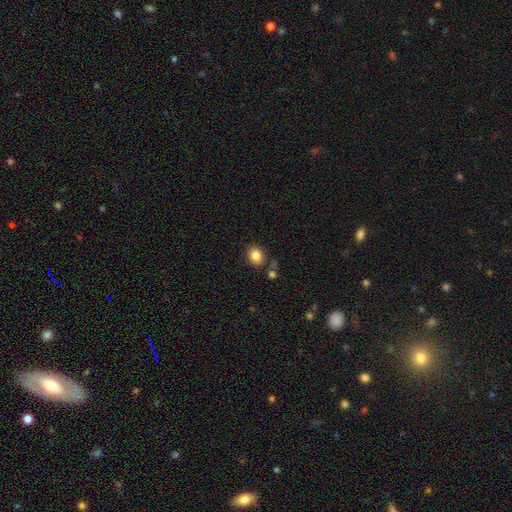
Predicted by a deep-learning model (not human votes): The model was most divided on "how rounded": round: 53%, in between: 46%, cigar-shaped: 1%. More confident: smooth or featured — smooth (85%); merging — none (80%).